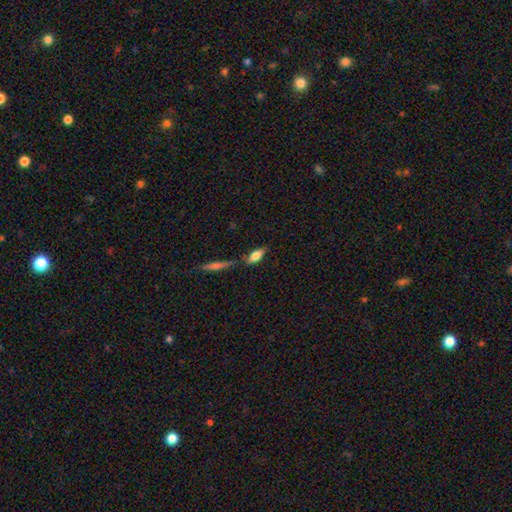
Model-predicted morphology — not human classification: This appears to be a smooth galaxy with no disk features (73%) that is in between round and cigar-shaped (74%). Merging: none (62%).